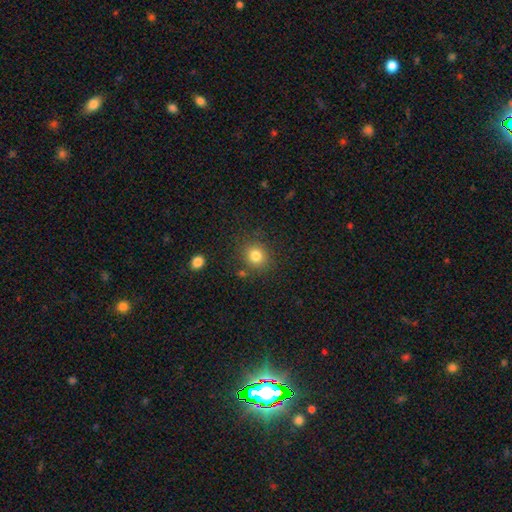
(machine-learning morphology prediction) The model was most divided on "how rounded": round: 82%, in between: 17%, cigar-shaped: 1%. More confident: merging — none (82%); smooth or featured — smooth (82%).